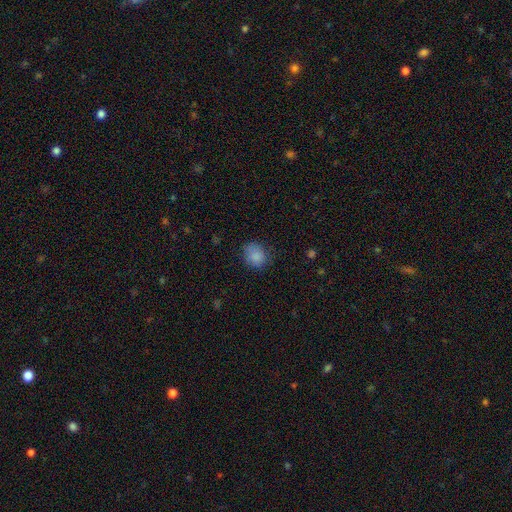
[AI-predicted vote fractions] smooth 85%, star or artifact 9%, featured or disk 6%. Down the decision tree: how rounded — round (66%); merging — none (72%).